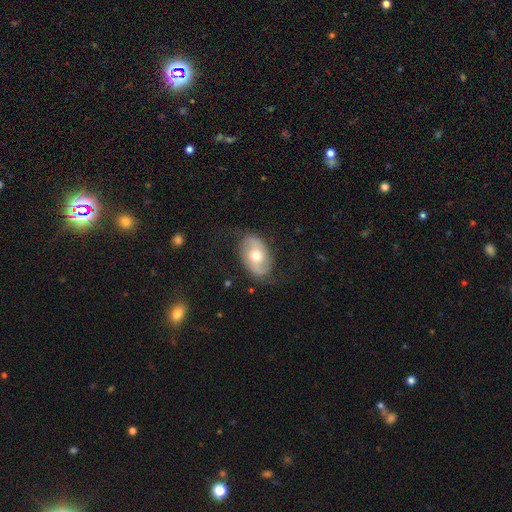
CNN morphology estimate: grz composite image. It shows a featured or disk galaxy (52%). Merging: none (72%).